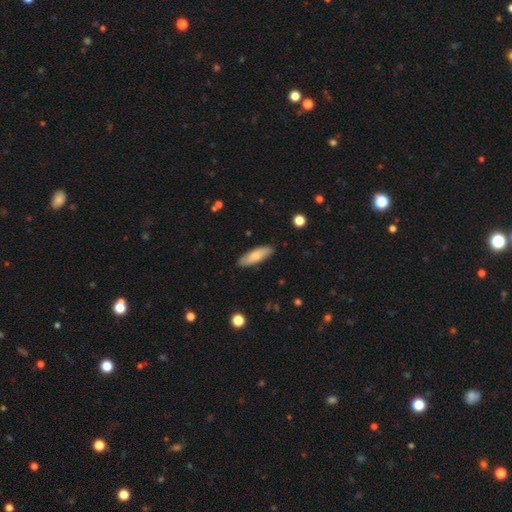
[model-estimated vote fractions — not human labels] The model was most divided on "how rounded": in between: 55%, cigar-shaped: 43%, round: 2%. More confident: merging — none (88%); smooth or featured — smooth (78%).